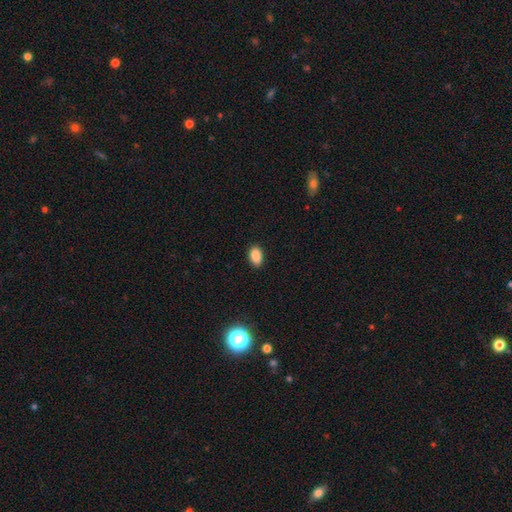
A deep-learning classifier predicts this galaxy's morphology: Smooth or featured?
  - smooth: 88% *
  - star or artifact: 9%
  - featured or disk: 3%
How rounded?
  - in between: 90% *
  - round: 8%
  - cigar-shaped: 2%
Merging?
  - none: 89% *
  - minor disturbance: 9%
  - major disturbance: 2%
  - merger: 1%